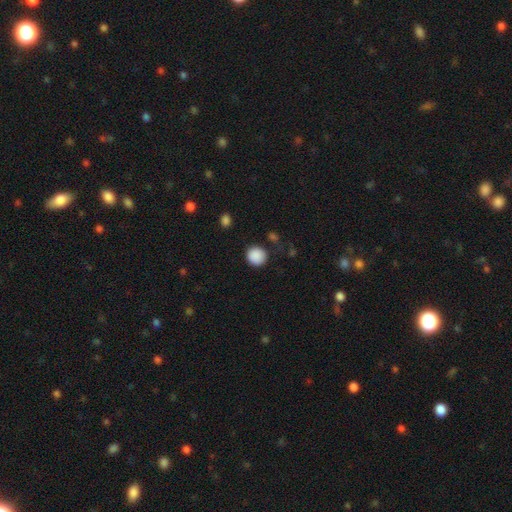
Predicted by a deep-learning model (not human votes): Smooth or featured? Predicted: smooth (p=0.89). How rounded? Predicted: round (p=0.92). Merging? Predicted: none (p=0.85).